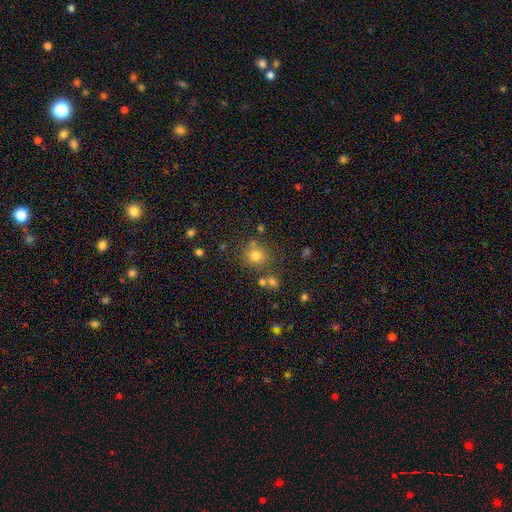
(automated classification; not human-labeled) Smooth or featured? smooth (74%)
How rounded? round (86%)
Merging? none (72%)